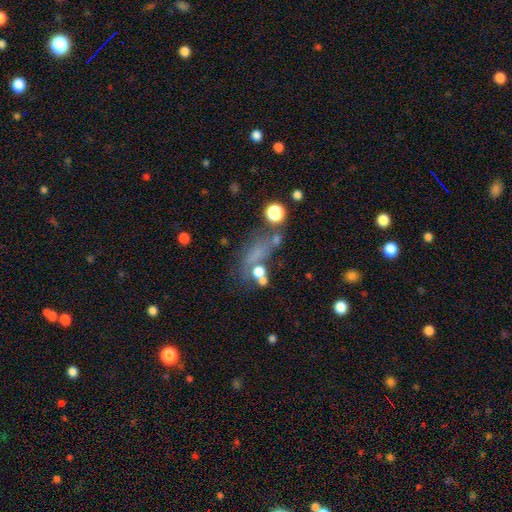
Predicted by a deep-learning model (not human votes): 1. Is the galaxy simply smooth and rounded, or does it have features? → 47% smooth, 28% star or artifact, 25% featured or disk.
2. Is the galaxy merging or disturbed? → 43% none, 21% major disturbance, 19% minor disturbance, 17% merger.